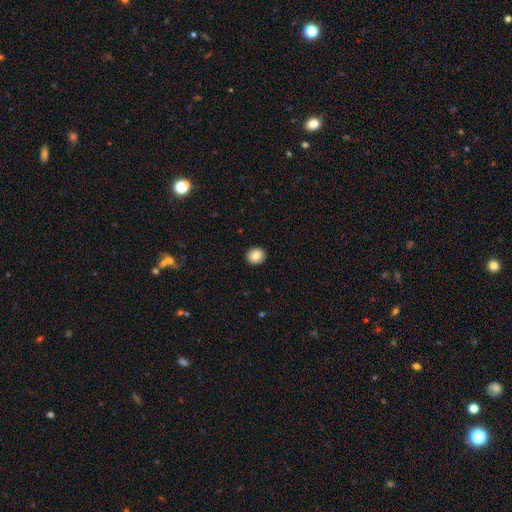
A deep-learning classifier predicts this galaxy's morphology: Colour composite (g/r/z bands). It shows a smooth galaxy with no disk features (85%) that is round (86%). Merging: none (93%).